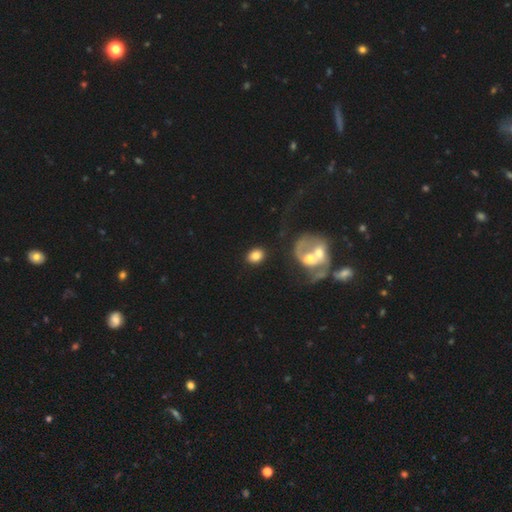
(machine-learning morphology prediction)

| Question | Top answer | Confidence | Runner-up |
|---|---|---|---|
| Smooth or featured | smooth | 77% | featured or disk (14%) |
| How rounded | in between | 56% | round (42%) |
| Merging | none | 76% | merger (10%) |